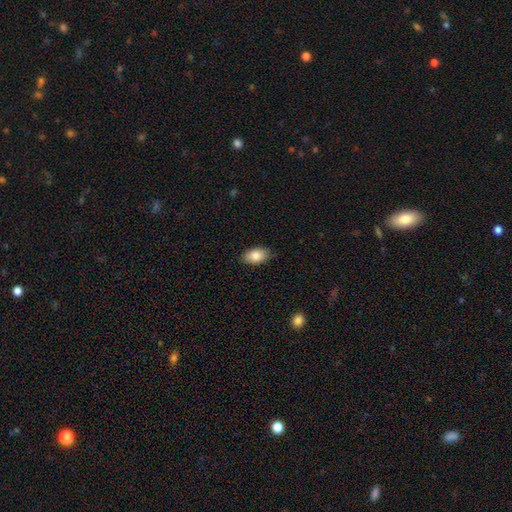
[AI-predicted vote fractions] smooth-or-featured: smooth: 84% | featured or disk: 9% | star or artifact: 7%
  how-rounded: in between: 92% | round: 6% | cigar-shaped: 2%
  merging: none: 87% | minor disturbance: 10% | major disturbance: 2% | merger: 1%